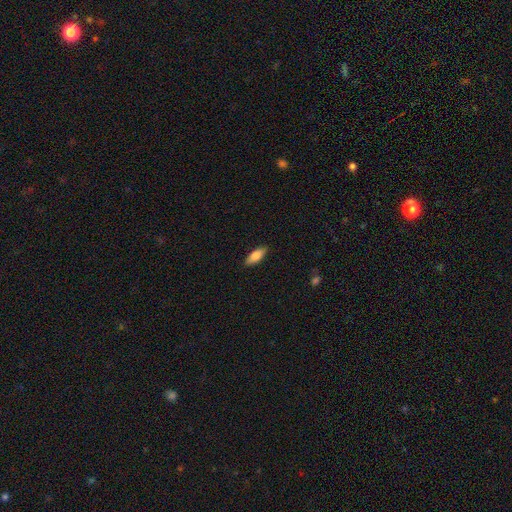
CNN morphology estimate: Smooth or featured: smooth — 77% (featured or disk — 17%)
How rounded: in between — 74% (cigar-shaped — 24%)
Merging: none — 89% (minor disturbance — 9%)